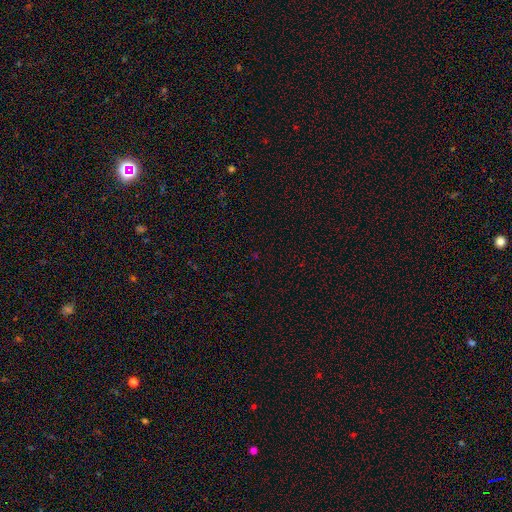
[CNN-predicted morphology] The model was most divided on "smooth or featured": star or artifact: 69%, smooth: 24%, featured or disk: 7%.